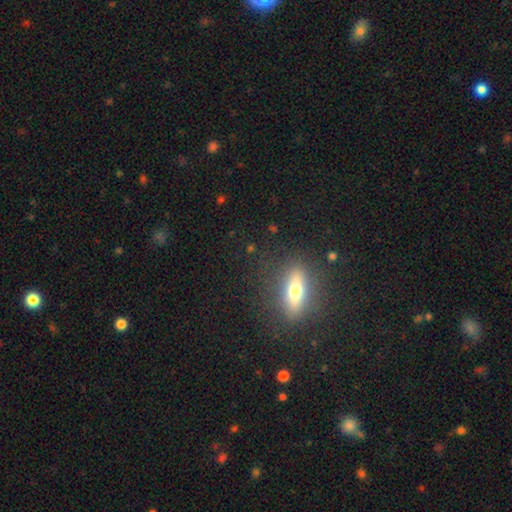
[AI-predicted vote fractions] A featured or disk galaxy (44%). Merging: none (86%).